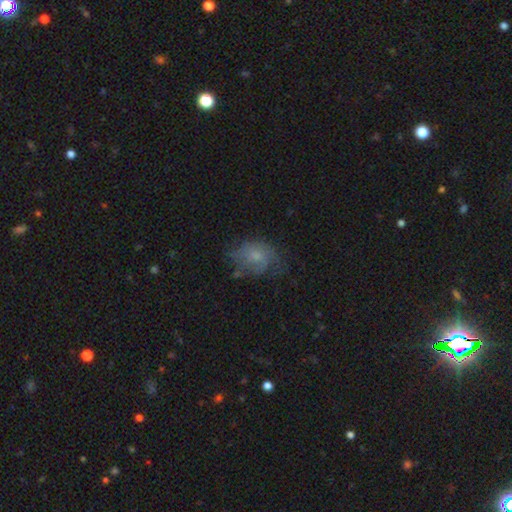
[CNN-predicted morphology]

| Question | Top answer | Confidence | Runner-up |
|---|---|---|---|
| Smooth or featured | smooth | 47% | featured or disk (42%) |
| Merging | none | 50% | minor disturbance (28%) |